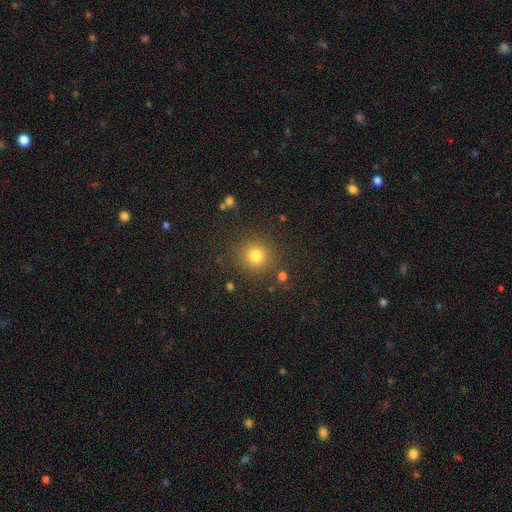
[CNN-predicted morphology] Smooth or featured: smooth — 78% (star or artifact — 16%)
How rounded: round — 92% (in between — 7%)
Merging: none — 86% (minor disturbance — 8%)